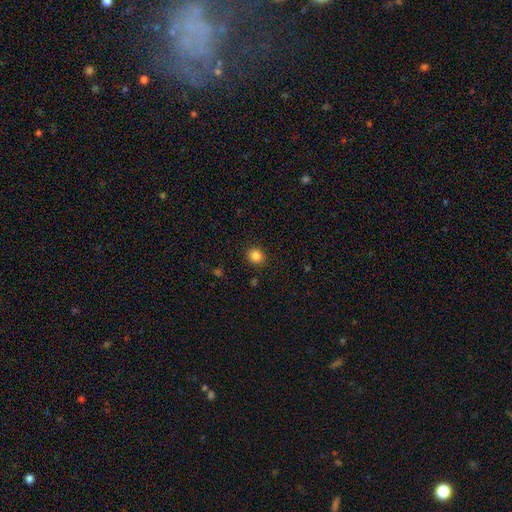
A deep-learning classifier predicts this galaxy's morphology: smooth-or-featured: smooth: 84% | star or artifact: 11% | featured or disk: 4%
  how-rounded: round: 82% | in between: 17% | cigar-shaped: 1%
  merging: none: 90% | minor disturbance: 7% | major disturbance: 2% | merger: 1%